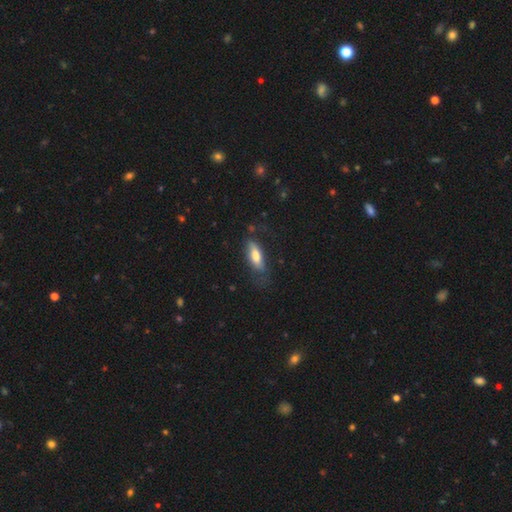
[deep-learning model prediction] Overall: smooth (68%). How rounded: in between (62%; cigar-shaped 36%). Merging: none (61%; minor disturbance 25%).